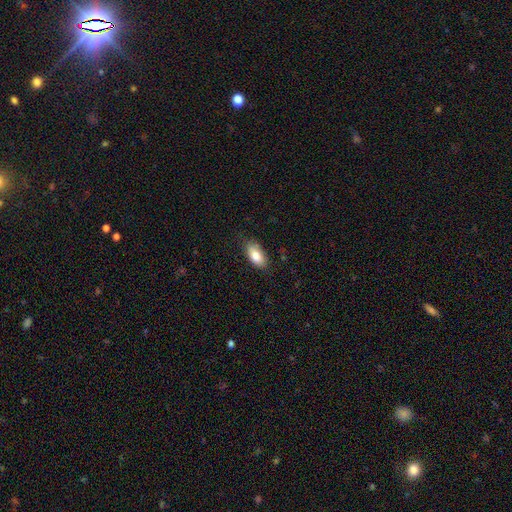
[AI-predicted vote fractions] Smooth or featured? Predicted: smooth (p=0.82). How rounded? Predicted: in between (p=0.90). Merging? Predicted: none (p=0.78).